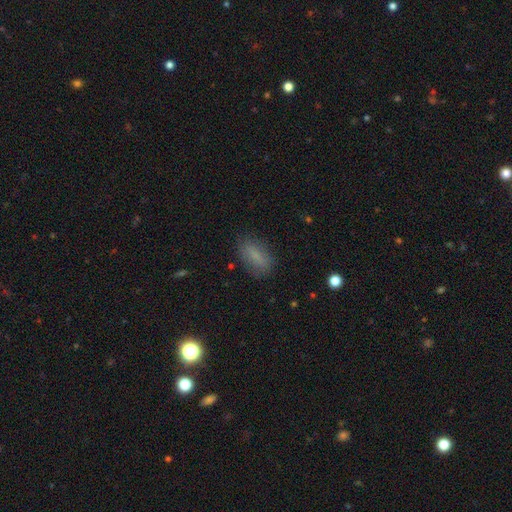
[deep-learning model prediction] This appears to be a smooth galaxy with no disk features (79%) that is in between round and cigar-shaped (75%). Merging: none (79%).